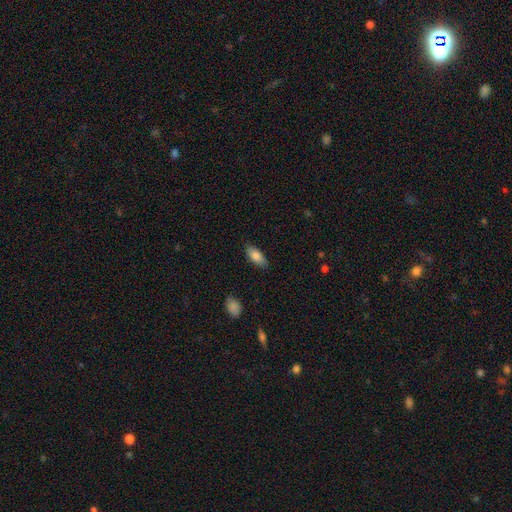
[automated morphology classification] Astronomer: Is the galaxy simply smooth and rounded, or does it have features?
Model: smooth — 82%.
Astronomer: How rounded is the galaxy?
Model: in between — 83%.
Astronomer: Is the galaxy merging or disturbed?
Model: none — 86%.